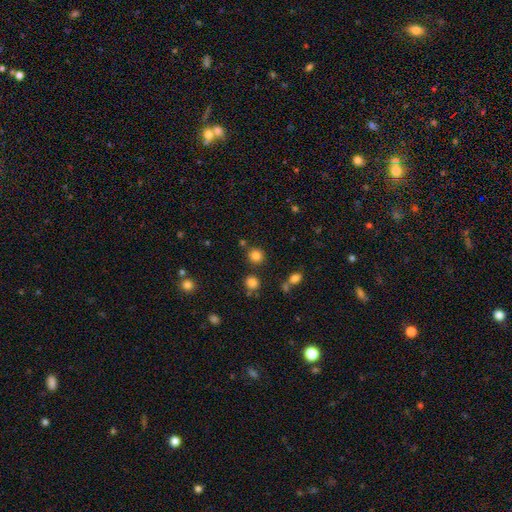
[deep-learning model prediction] smooth 82%, star or artifact 14%, featured or disk 5%. Down the decision tree: how rounded — round (90%); merging — none (83%).